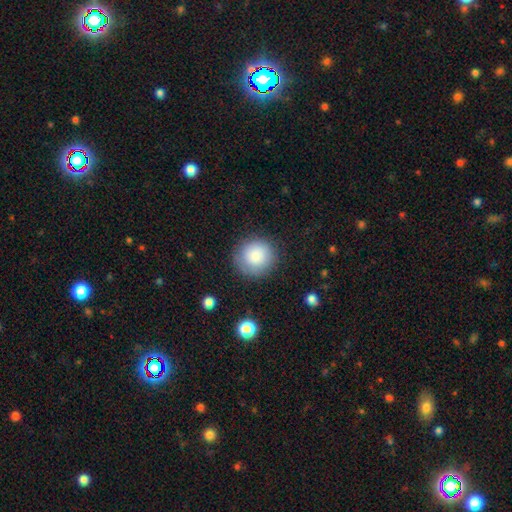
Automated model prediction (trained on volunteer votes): A smooth galaxy with no disk features (84%) that is round (93%). Merging: none (86%).